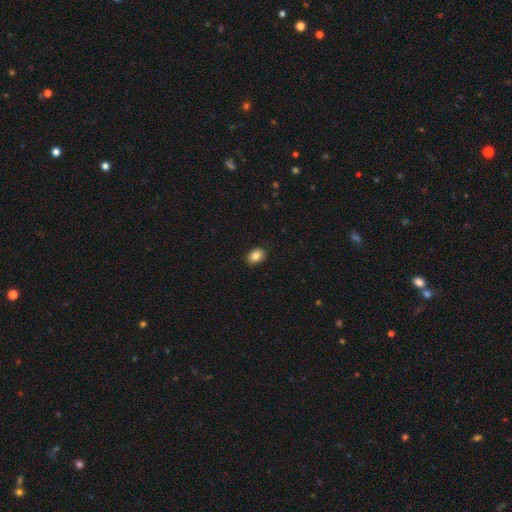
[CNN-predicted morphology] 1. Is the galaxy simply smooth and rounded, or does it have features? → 86% smooth, 8% star or artifact, 6% featured or disk.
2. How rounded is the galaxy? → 80% in between, 19% round, 1% cigar-shaped.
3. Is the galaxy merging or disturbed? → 89% none, 8% minor disturbance, 2% major disturbance, 1% merger.